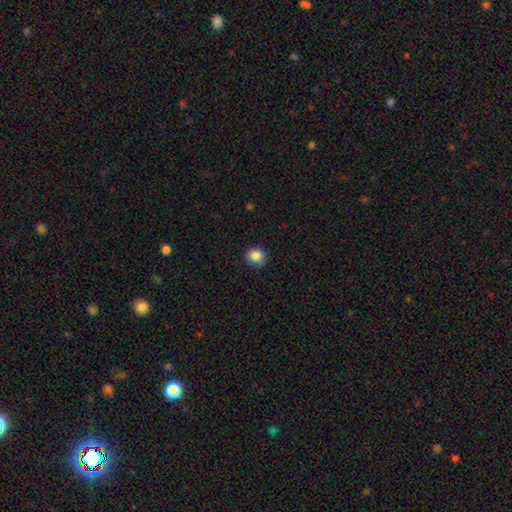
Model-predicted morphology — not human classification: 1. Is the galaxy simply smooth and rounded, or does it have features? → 86% smooth, 10% star or artifact, 4% featured or disk.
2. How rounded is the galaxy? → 88% round, 11% in between, 1% cigar-shaped.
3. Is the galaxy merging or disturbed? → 86% none, 10% minor disturbance, 2% major disturbance, 1% merger.